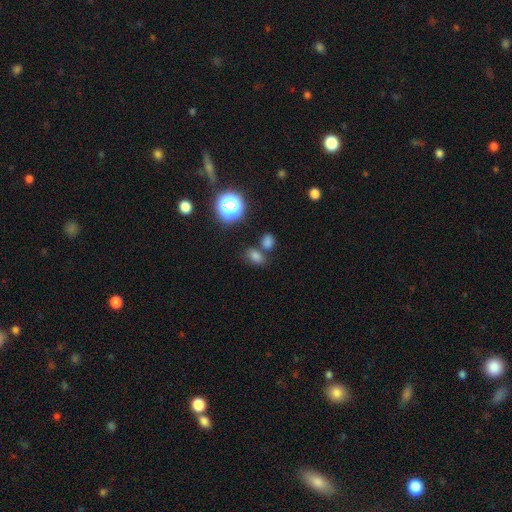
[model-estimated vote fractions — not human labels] Q: Smooth or featured?
A: smooth (75%); runner-up: star or artifact (19%)
Q: How rounded?
A: in between (71%); runner-up: round (27%)
Q: Merging?
A: none (63%); runner-up: merger (21%)